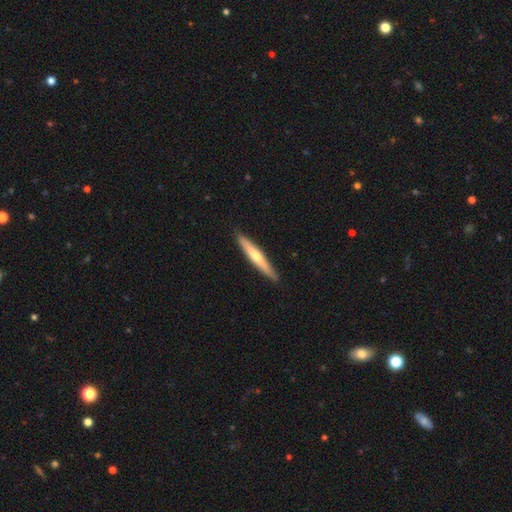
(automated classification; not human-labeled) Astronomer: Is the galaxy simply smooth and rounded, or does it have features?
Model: smooth — 48% (runner-up: featured or disk, 47%).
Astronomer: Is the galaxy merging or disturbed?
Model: none — 90%.